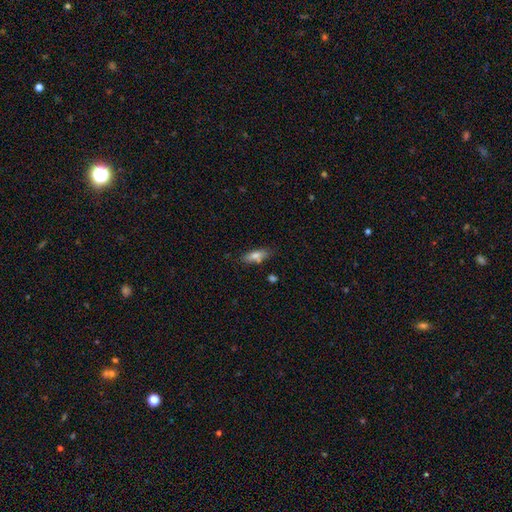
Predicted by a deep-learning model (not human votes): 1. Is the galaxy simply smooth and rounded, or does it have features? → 72% smooth, 20% featured or disk, 8% star or artifact.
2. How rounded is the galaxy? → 56% in between, 40% cigar-shaped, 3% round.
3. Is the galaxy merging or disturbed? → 71% none, 17% minor disturbance, 8% merger, 4% major disturbance.